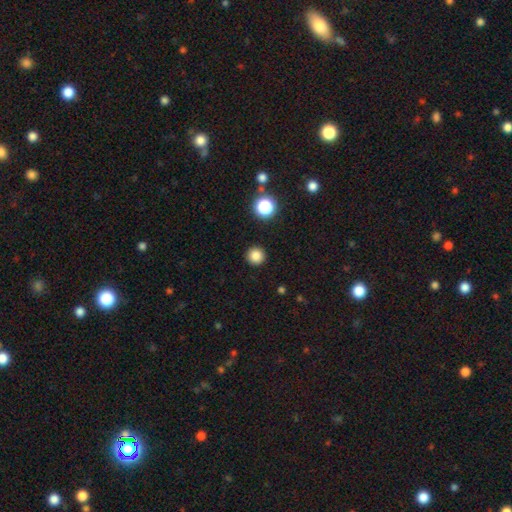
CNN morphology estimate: Q: Smooth or featured?
A: smooth (83%); runner-up: star or artifact (12%)
Q: How rounded?
A: round (96%); runner-up: in between (3%)
Q: Merging?
A: none (92%); runner-up: minor disturbance (5%)